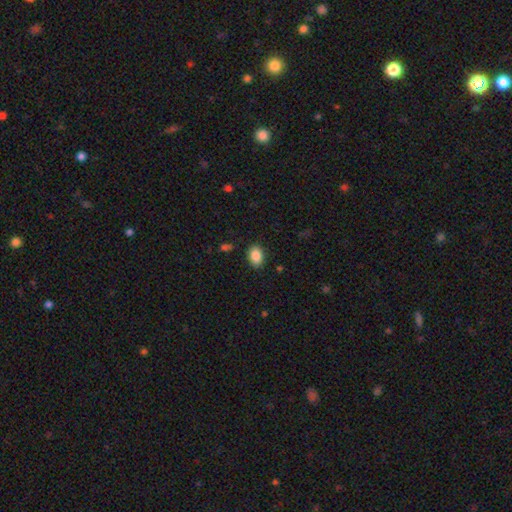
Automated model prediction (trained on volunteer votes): A smooth galaxy with no disk features (88%) that is in between round and cigar-shaped (79%).

Vote fractions:
- Smooth or featured? smooth: 88% / star or artifact: 8% / featured or disk: 4%
- How rounded? in between: 79% / round: 20% / cigar-shaped: 1%
- Merging? none: 87% / minor disturbance: 10% / major disturbance: 3% / merger: 1%